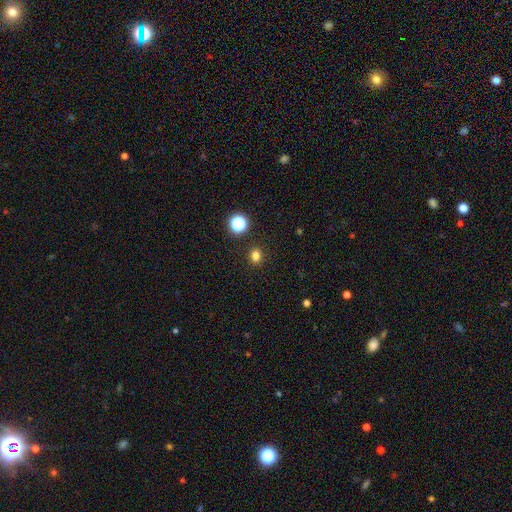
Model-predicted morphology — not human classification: This is likely a smooth galaxy (79%). How rounded: likely round (71%). Merging: clearly none (89%).